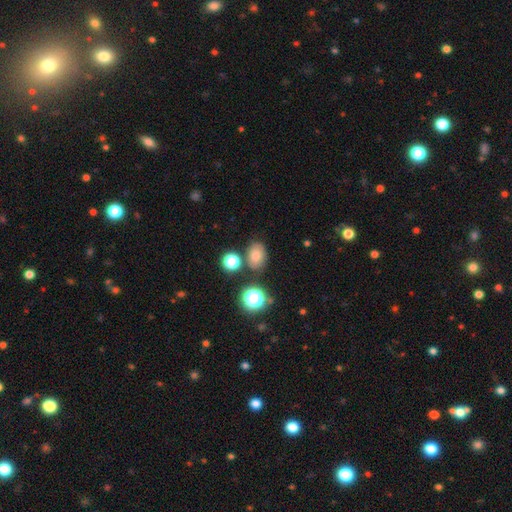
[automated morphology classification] smooth-or-featured: smooth: 72% | star or artifact: 17% | featured or disk: 11%
  how-rounded: in between: 70% | round: 29% | cigar-shaped: 1%
  merging: none: 73% | minor disturbance: 14% | merger: 8% | major disturbance: 4%